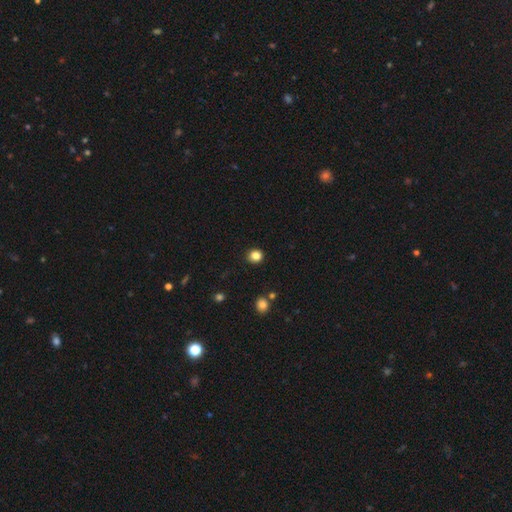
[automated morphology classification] smooth 84%, star or artifact 12%, featured or disk 4%. Down the decision tree: how rounded — round (86%); merging — none (89%).